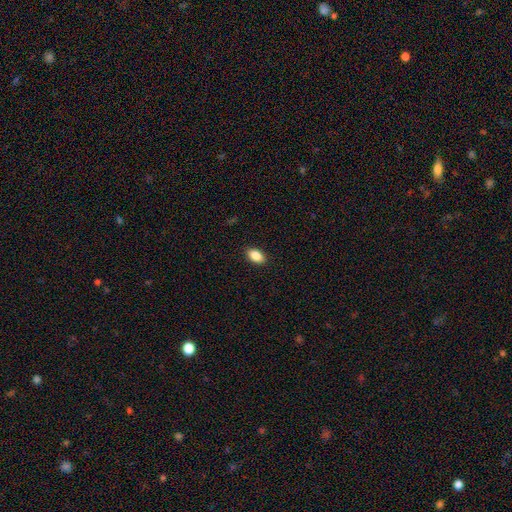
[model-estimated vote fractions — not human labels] Overall: smooth (87%). How rounded: in between (90%). Merging: none (90%).